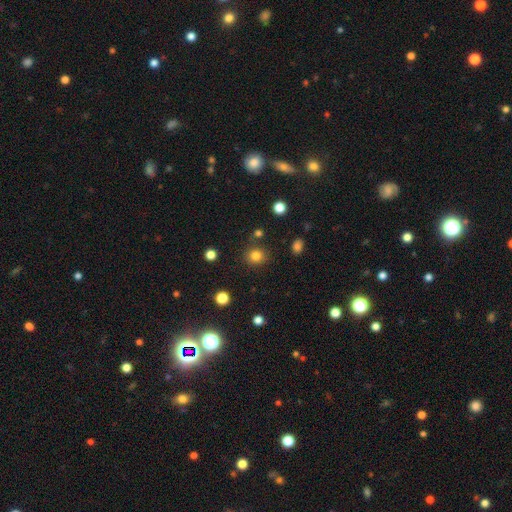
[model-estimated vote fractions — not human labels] A smooth galaxy with no disk features (81%) that is round (86%). Merging: none (84%).